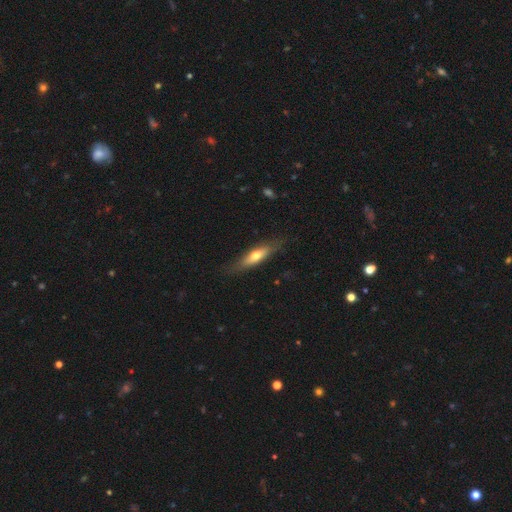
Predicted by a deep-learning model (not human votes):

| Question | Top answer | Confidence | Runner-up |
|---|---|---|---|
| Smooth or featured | smooth | 59% | featured or disk (35%) |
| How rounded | cigar-shaped | 62% | in between (36%) |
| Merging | none | 78% | minor disturbance (17%) |